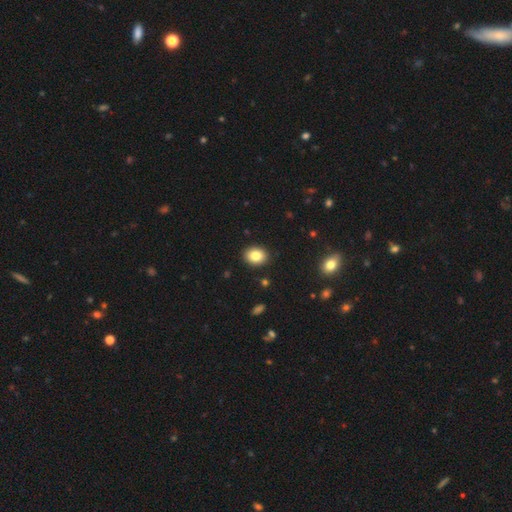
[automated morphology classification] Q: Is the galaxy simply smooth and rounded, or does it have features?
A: smooth — 85%.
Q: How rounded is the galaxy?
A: in between — 59%.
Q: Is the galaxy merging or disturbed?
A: none — 90%.